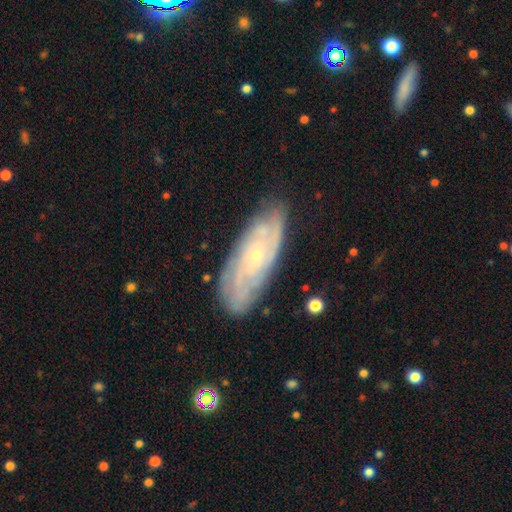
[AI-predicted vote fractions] Q: Smooth or featured?
A: featured or disk (80%); runner-up: smooth (14%)
Q: Edge-on disk?
A: no (89%); runner-up: yes (11%)
Q: Bar?
A: no (74%); runner-up: weak (21%)
Q: Spiral arms?
A: yes (93%); runner-up: no (7%)
Q: Spiral winding?
A: tight (69%); runner-up: medium (25%)
Q: Spiral arm count?
A: can't tell (42%); runner-up: 2 (18%)
Q: Bulge size?
A: small (81%); runner-up: moderate (15%)
Q: Merging?
A: none (80%); runner-up: minor disturbance (15%)